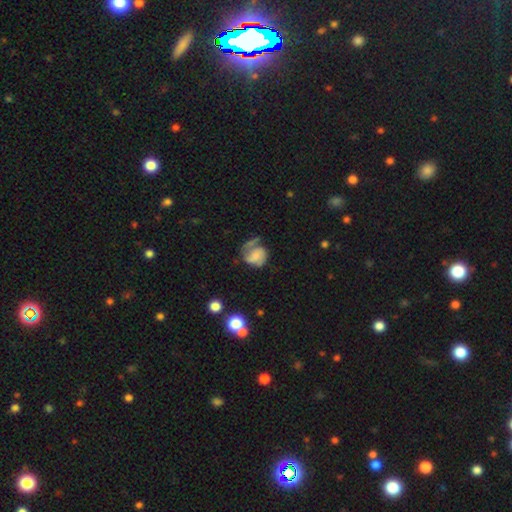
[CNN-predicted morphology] smooth-or-featured: featured or disk: 58% | smooth: 34% | star or artifact: 8%
  disk-edge-on: no: 98% | yes: 2%
    bar: no: 62% | weak: 29% | strong: 9%
    has-spiral-arms: yes: 85% | no: 15%
    bulge-size: none: 41% | small: 34% | moderate: 16% | large: 7% | dominant: 3%
  merging: none: 41% | major disturbance: 28% | minor disturbance: 25% | merger: 6%